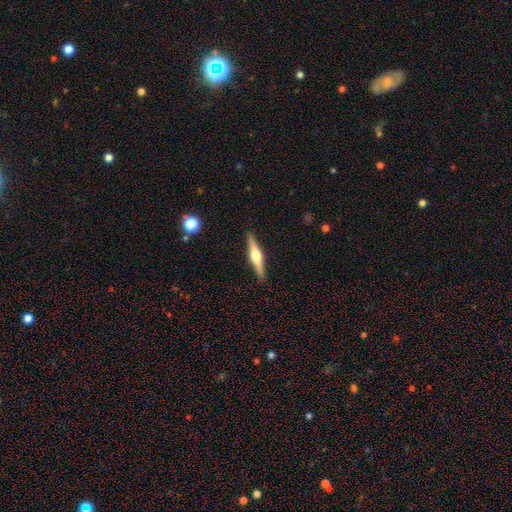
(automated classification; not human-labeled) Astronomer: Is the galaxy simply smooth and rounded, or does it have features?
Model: featured or disk — 70%.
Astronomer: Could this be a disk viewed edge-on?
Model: yes — 98%.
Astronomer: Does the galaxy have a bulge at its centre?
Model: rounded — 91%.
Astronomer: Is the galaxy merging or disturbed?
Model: none — 91%.